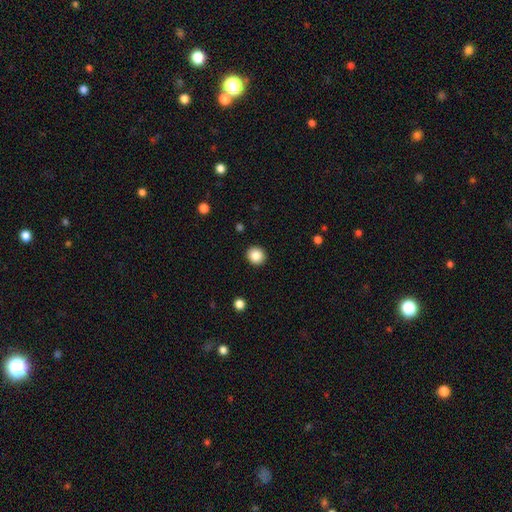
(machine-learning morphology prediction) The model was most divided on "smooth or featured": smooth: 86%, star or artifact: 10%, featured or disk: 5%. More confident: merging — none (92%); how rounded — round (89%).